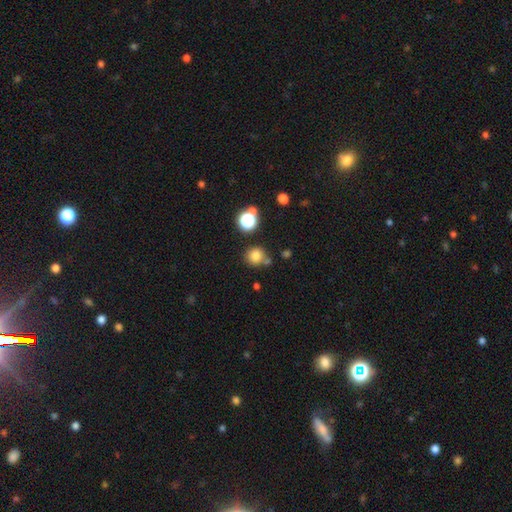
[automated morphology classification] This is likely a smooth galaxy (78%). How rounded: clearly round (87%). Merging: likely none (68%).